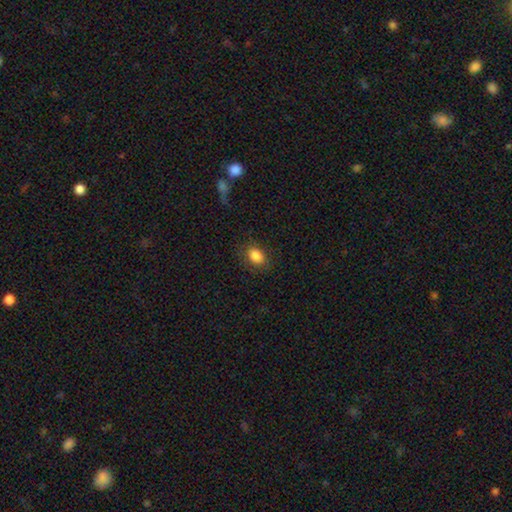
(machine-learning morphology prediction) A smooth galaxy with no disk features (84%) that is in between round and cigar-shaped (68%). Merging: none (81%).